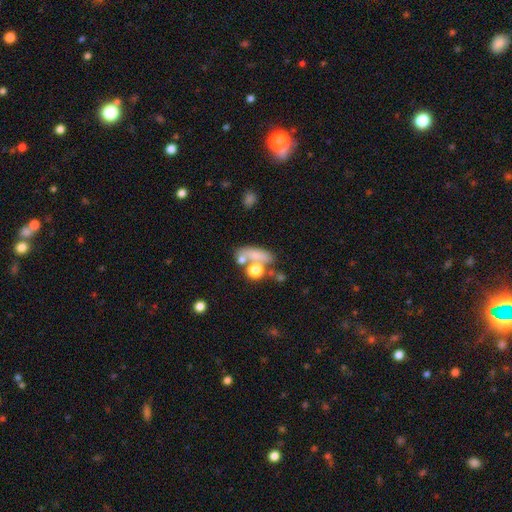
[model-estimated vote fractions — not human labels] Smooth or featured? smooth (66%)
How rounded? in between (54%)
Merging? none (43%)